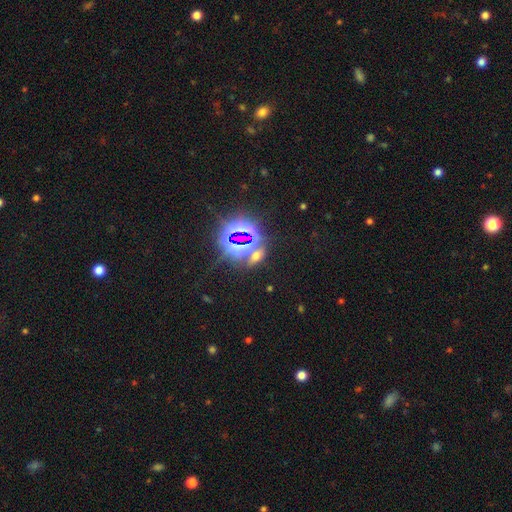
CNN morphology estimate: Smooth or featured? star or artifact (55%)